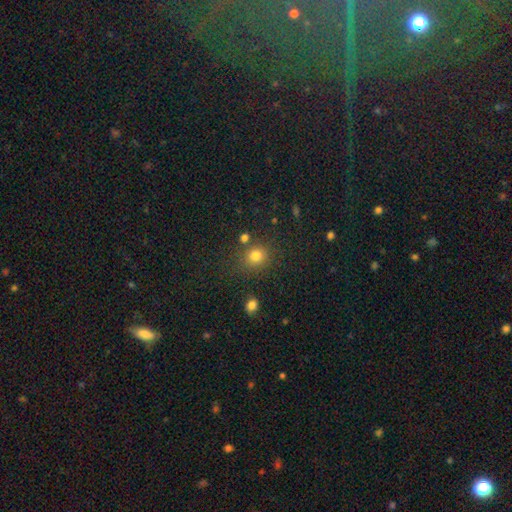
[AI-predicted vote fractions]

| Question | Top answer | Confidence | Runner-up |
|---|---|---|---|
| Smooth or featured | smooth | 80% | star or artifact (14%) |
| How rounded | round | 83% | in between (16%) |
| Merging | none | 76% | minor disturbance (11%) |